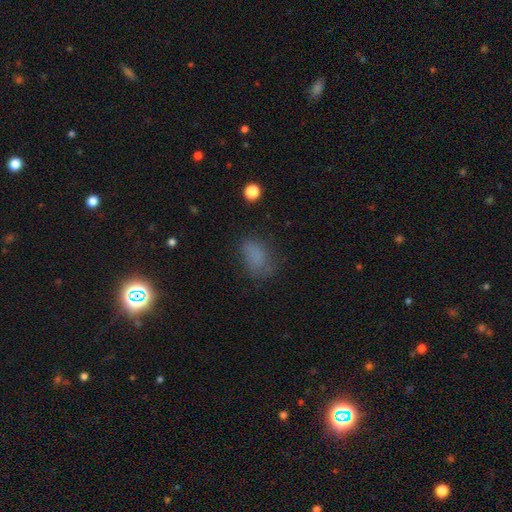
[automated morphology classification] A smooth galaxy with no disk features (74%) that is in between round and cigar-shaped (82%).

Vote fractions:
- Smooth or featured? smooth: 74% / star or artifact: 16% / featured or disk: 10%
- How rounded? in between: 82% / round: 15% / cigar-shaped: 3%
- Merging? none: 58% / minor disturbance: 24% / major disturbance: 15% / merger: 2%